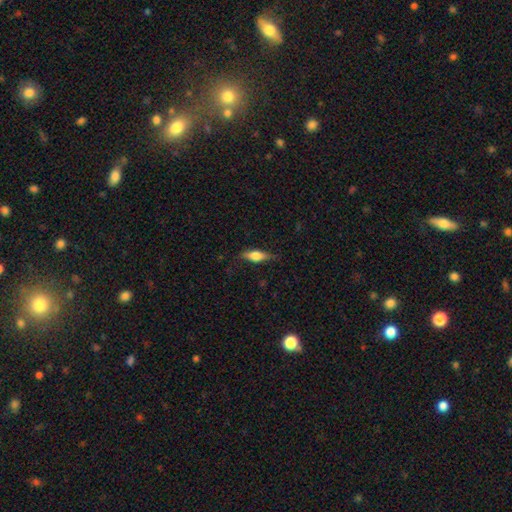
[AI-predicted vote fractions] smooth-or-featured: smooth: 56% | featured or disk: 36% | star or artifact: 7%
  how-rounded: in between: 60% | cigar-shaped: 36% | round: 4%
  merging: none: 77% | minor disturbance: 18% | major disturbance: 4% | merger: 1%